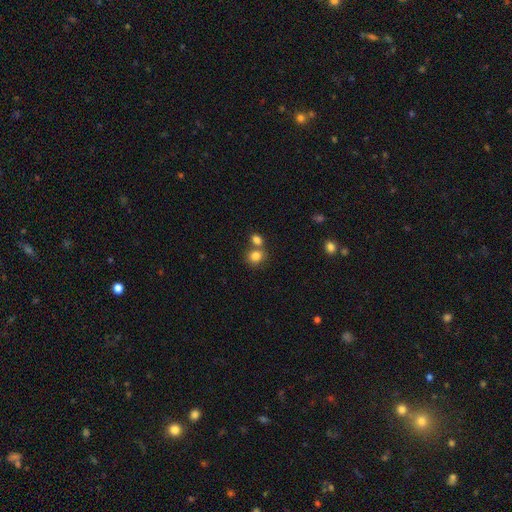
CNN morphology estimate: This appears to be a smooth galaxy with no disk features (82%) that is round (69%). Merging: none (48%).